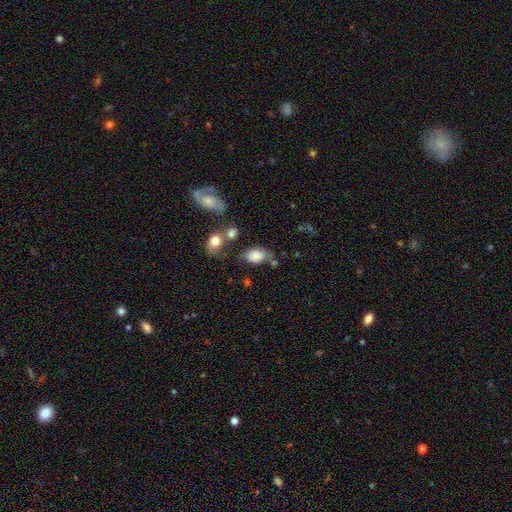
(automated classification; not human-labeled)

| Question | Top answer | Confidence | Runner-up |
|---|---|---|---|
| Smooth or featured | smooth | 80% | featured or disk (12%) |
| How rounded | in between | 88% | round (11%) |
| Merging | none | 51% | minor disturbance (26%) |